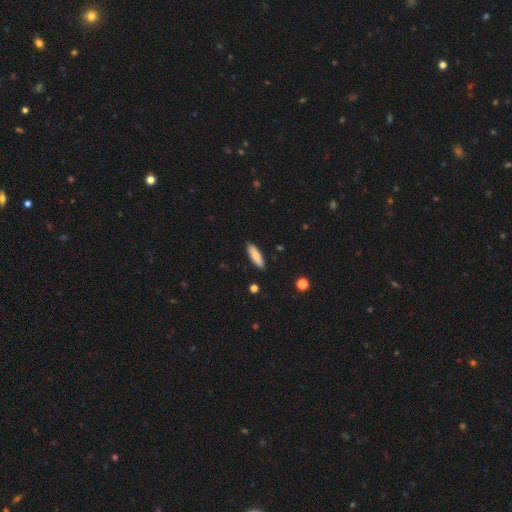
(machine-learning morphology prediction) smooth-or-featured: smooth: 82% | featured or disk: 12% | star or artifact: 6%
  how-rounded: cigar-shaped: 58% | in between: 40% | round: 2%
  merging: none: 88% | minor disturbance: 9% | major disturbance: 2% | merger: 1%